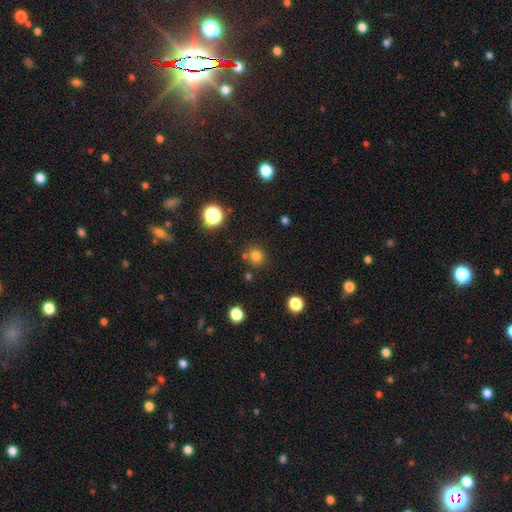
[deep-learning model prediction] This appears to be a smooth galaxy with no disk features (77%) that is round (88%). Merging: none (75%).